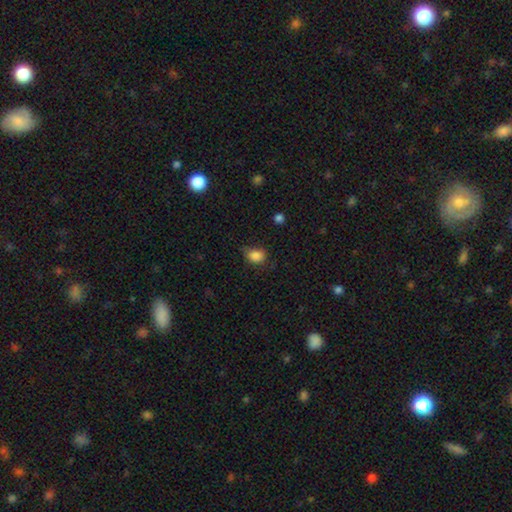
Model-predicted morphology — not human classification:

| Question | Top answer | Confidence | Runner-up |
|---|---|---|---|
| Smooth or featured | smooth | 85% | star or artifact (10%) |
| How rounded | in between | 57% | round (42%) |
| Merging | none | 59% | minor disturbance (31%) |